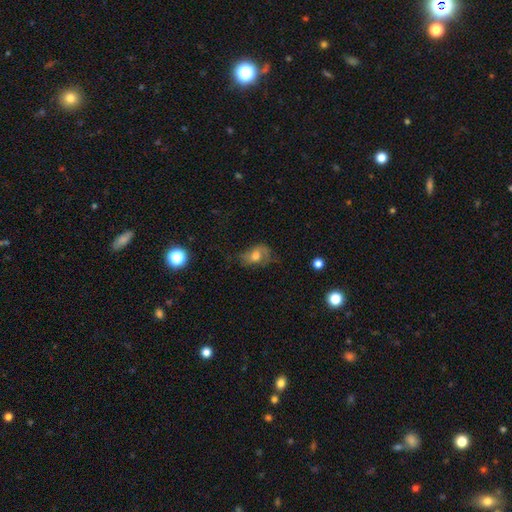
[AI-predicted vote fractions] A smooth galaxy with no disk features (55%) that is in between round and cigar-shaped (76%).

Vote fractions:
- Smooth or featured? smooth: 55% / featured or disk: 35% / star or artifact: 11%
- How rounded? in between: 76% / round: 22% / cigar-shaped: 2%
- Merging? none: 44% / minor disturbance: 30% / major disturbance: 25% / merger: 2%